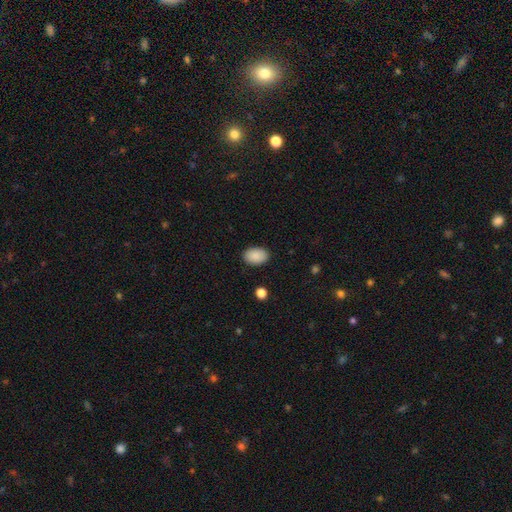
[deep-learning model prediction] The model was most divided on "how rounded": in between: 86%, round: 13%, cigar-shaped: 1%. More confident: smooth or featured — smooth (89%); merging — none (89%).